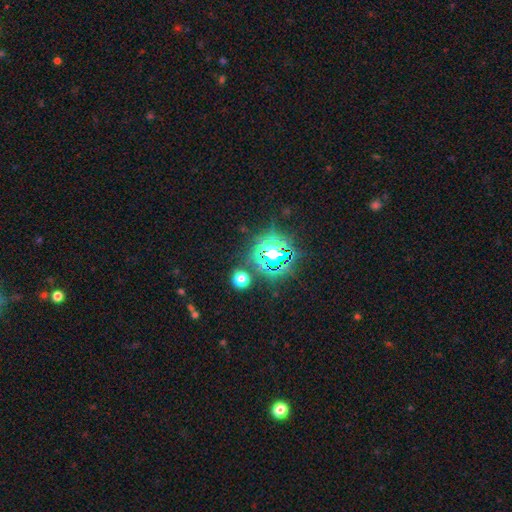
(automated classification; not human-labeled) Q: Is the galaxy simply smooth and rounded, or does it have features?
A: star or artifact — 84%.